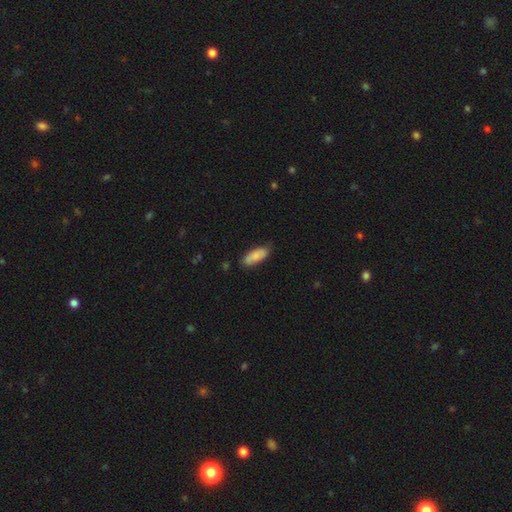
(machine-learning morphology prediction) smooth 82%, featured or disk 12%, star or artifact 6%. Down the decision tree: how rounded — in between (77%); merging — none (78%).